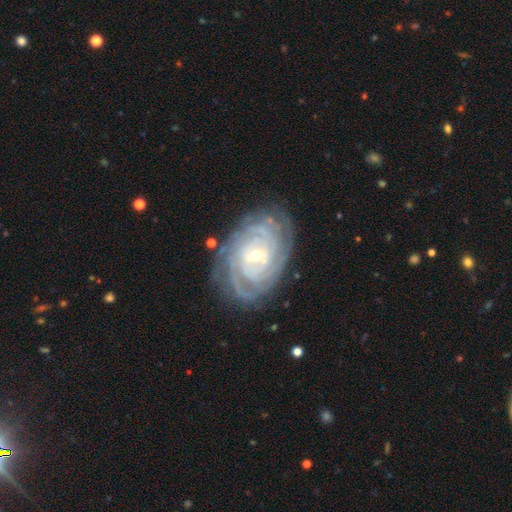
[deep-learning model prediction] Q: Smooth or featured?
A: featured or disk (91%); runner-up: star or artifact (5%)
Q: Edge-on disk?
A: no (97%); runner-up: yes (3%)
Q: Bar?
A: no (53%); runner-up: weak (34%)
Q: Spiral arms?
A: yes (98%); runner-up: no (2%)
Q: Spiral winding?
A: tight (83%); runner-up: medium (15%)
Q: Spiral arm count?
A: 4 (26%); runner-up: can't tell (24%)
Q: Bulge size?
A: small (65%); runner-up: moderate (32%)
Q: Merging?
A: none (80%); runner-up: minor disturbance (15%)